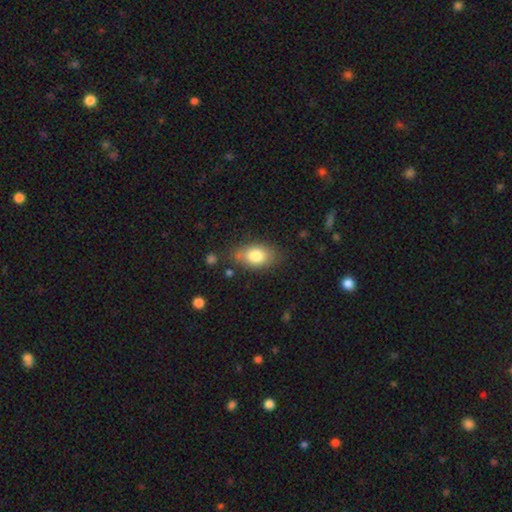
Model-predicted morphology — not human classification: smooth_or_featured: smooth (p=0.80) [alt: featured or disk p=0.12]
how_rounded: in between (p=0.84) [alt: round p=0.14]
merging: none (p=0.74) [alt: minor disturbance p=0.17]